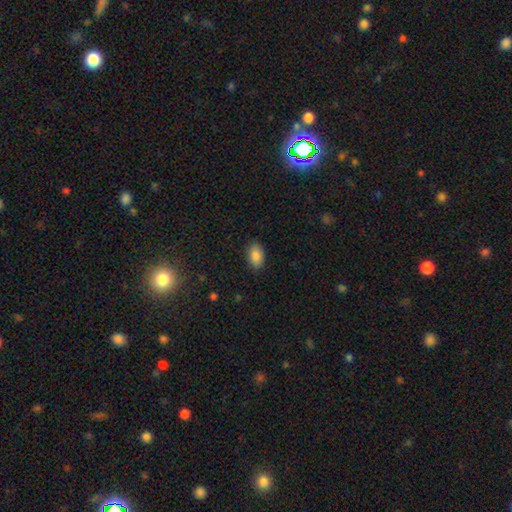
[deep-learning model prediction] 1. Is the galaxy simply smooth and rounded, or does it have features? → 87% smooth, 8% star or artifact, 6% featured or disk.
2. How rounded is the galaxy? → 91% in between, 7% round, 1% cigar-shaped.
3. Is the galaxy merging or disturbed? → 88% none, 9% minor disturbance, 2% major disturbance, 1% merger.